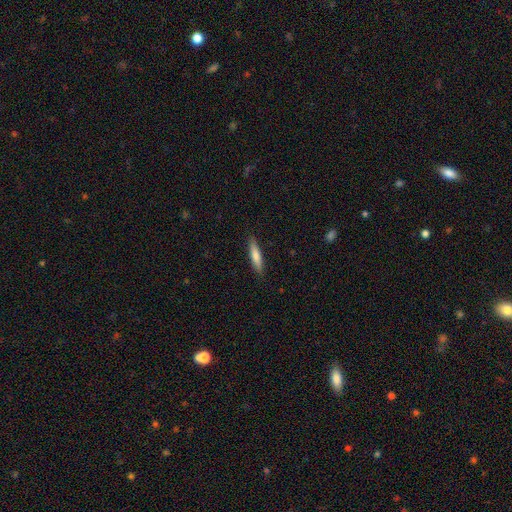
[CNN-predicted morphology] A smooth galaxy with no disk features (73%) that is cigar-shaped (85%). Merging: none (89%).